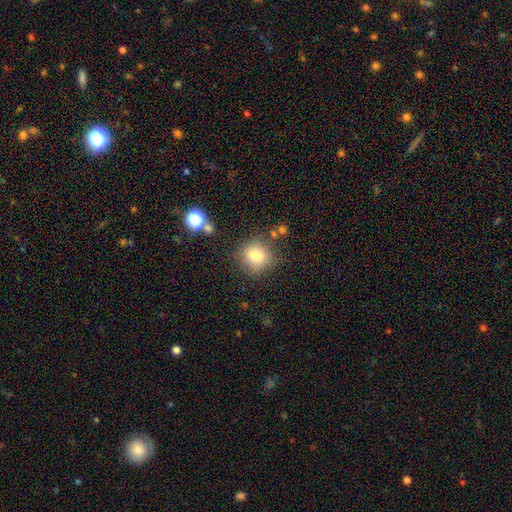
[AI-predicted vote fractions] The model was most divided on "merging": none: 78%, minor disturbance: 13%, merger: 5%, major disturbance: 4%. More confident: how rounded — round (86%); smooth or featured — smooth (79%).